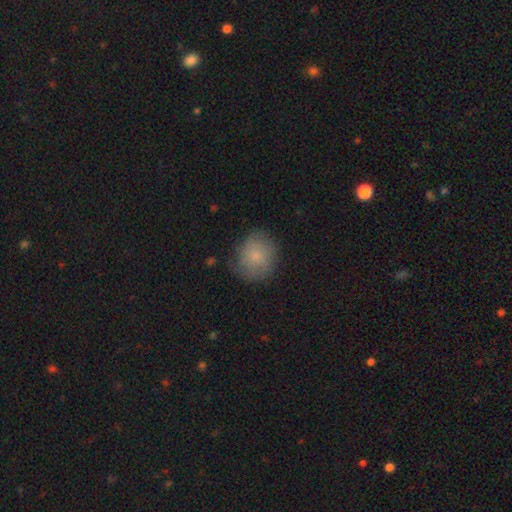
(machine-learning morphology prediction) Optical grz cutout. It shows a smooth galaxy with no disk features (72%) that is round (81%). Merging: none (69%).